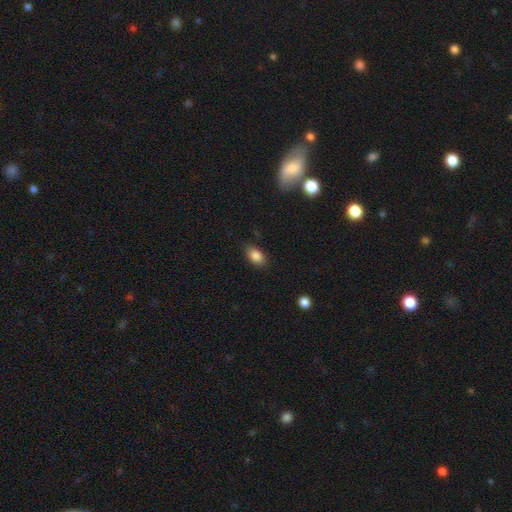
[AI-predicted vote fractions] Smooth or featured?
  - smooth: 86% *
  - star or artifact: 9%
  - featured or disk: 5%
How rounded?
  - in between: 87% *
  - round: 11%
  - cigar-shaped: 2%
Merging?
  - none: 83% *
  - minor disturbance: 13%
  - major disturbance: 3%
  - merger: 1%